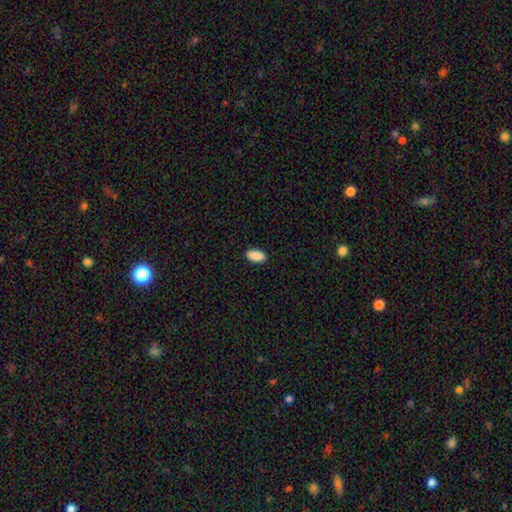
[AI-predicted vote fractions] Overall: smooth (91%). How rounded: in between (94%). Merging: none (90%).